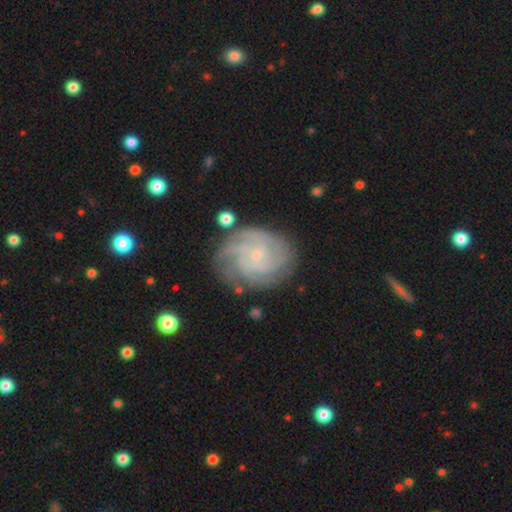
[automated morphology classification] A featured or disk galaxy (84%) with no bar (68%), 4 (27%, tied with can't tell) tight (69%) spiral arms (96%) and a small central bulge (82%). Merging: none (73%).